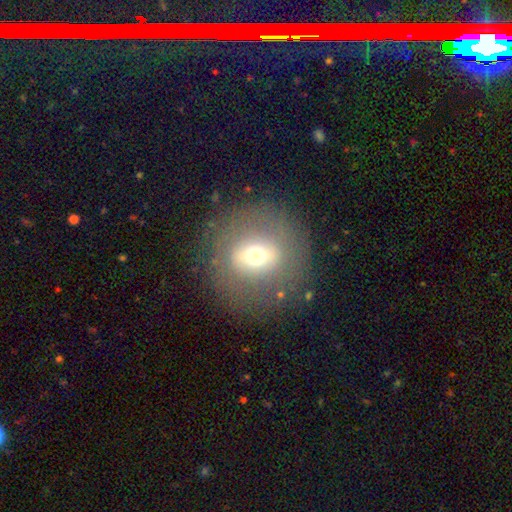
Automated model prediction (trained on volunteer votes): Smooth or featured? smooth (51%)
How rounded? round (86%)
Merging? none (81%)